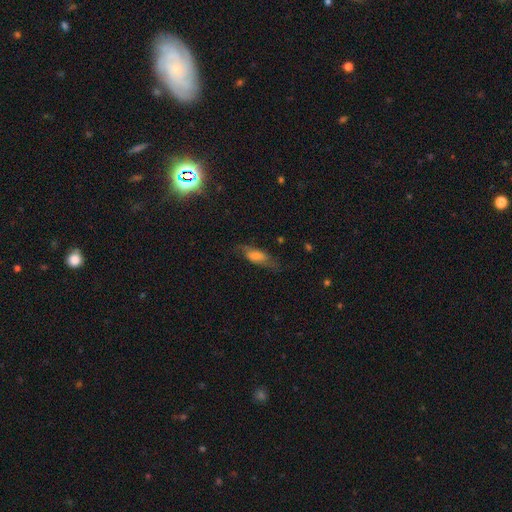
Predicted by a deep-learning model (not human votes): Morphology: type=smooth (53%); roundness=in between (61%); merging=none (62%).